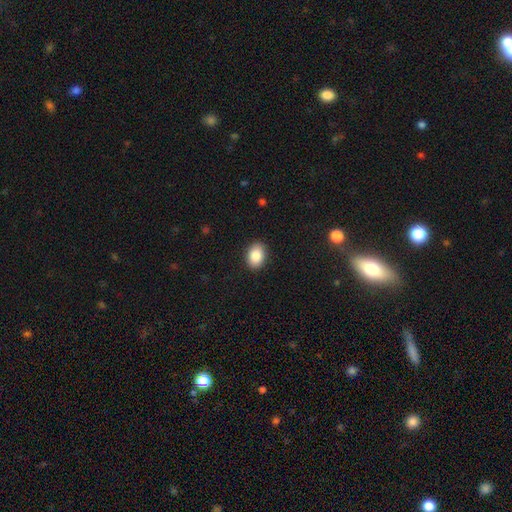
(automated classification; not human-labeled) Smooth or featured? smooth (87%)
How rounded? in between (76%)
Merging? none (89%)